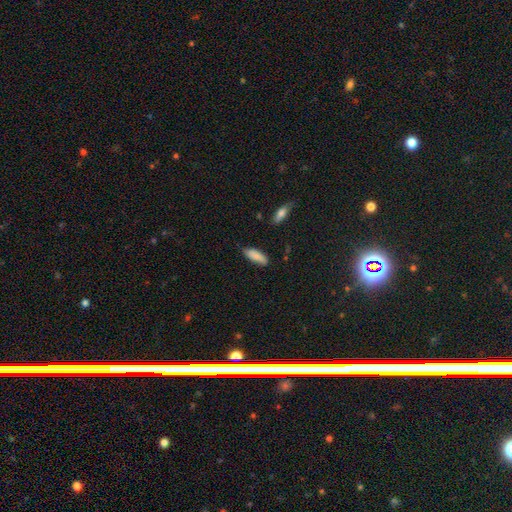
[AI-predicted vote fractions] Smooth or featured: smooth — 84% (featured or disk — 9%)
How rounded: in between — 66% (cigar-shaped — 32%)
Merging: none — 75% (minor disturbance — 20%)